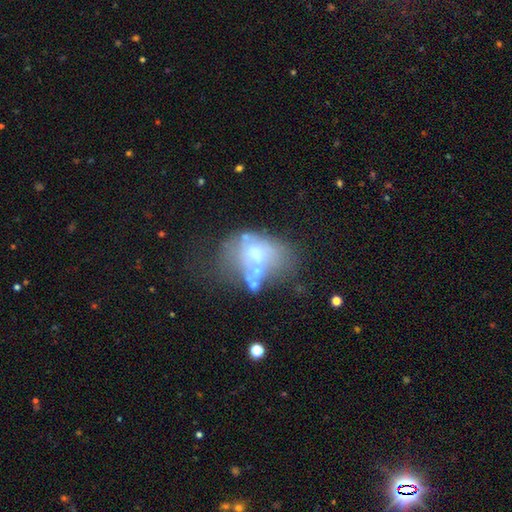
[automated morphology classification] This is possibly a featured or disk galaxy (50%). Merging: marginally major disturbance (31%).